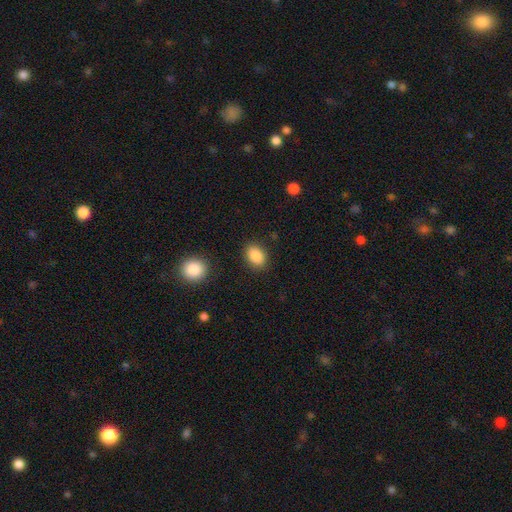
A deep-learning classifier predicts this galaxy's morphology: This appears to be a smooth galaxy with no disk features (88%) that is in between round and cigar-shaped (77%). Merging: none (86%).